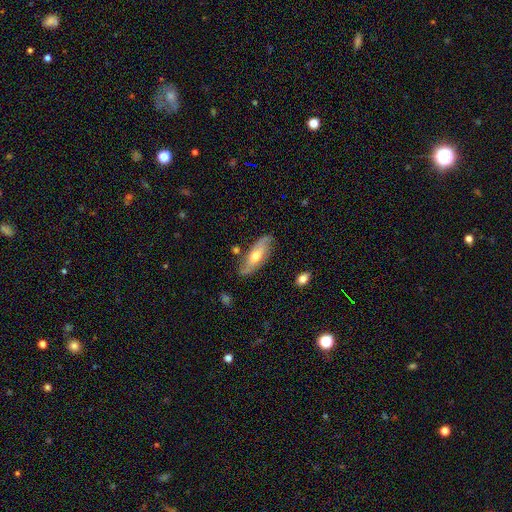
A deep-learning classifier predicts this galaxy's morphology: Q: Smooth or featured?
A: featured or disk (58%); runner-up: smooth (36%)
Q: Edge-on disk?
A: no (64%); runner-up: yes (36%)
Q: Merging?
A: none (77%); runner-up: minor disturbance (16%)